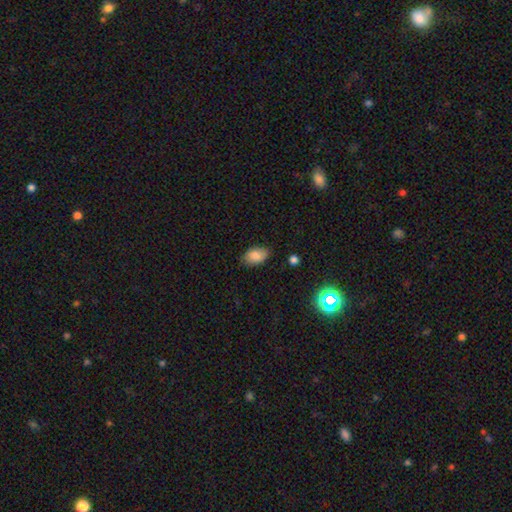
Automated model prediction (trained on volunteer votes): smooth_or_featured: smooth (p=0.82) [alt: featured or disk p=0.09]
how_rounded: in between (p=0.92) [alt: round p=0.07]
merging: none (p=0.81) [alt: minor disturbance p=0.15]